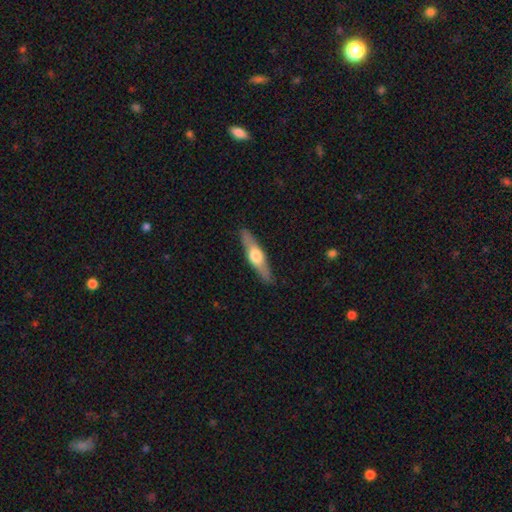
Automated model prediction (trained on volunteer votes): Smooth or featured? Predicted: featured or disk (p=0.53). Edge-on disk? Predicted: yes (p=0.89). Merging? Predicted: none (p=0.88).